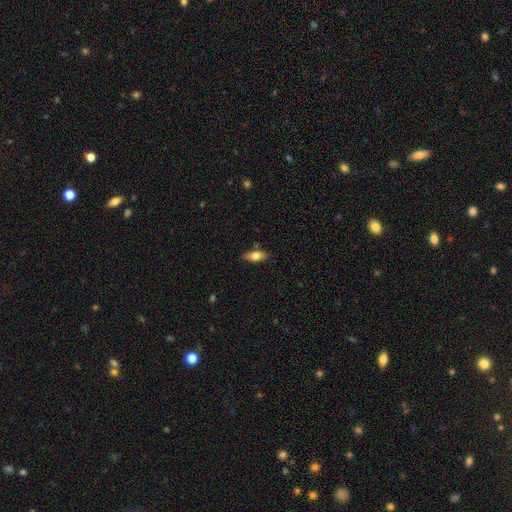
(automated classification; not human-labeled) This is likely a smooth galaxy (75%). How rounded: clearly in between (81%). Merging: likely none (78%).